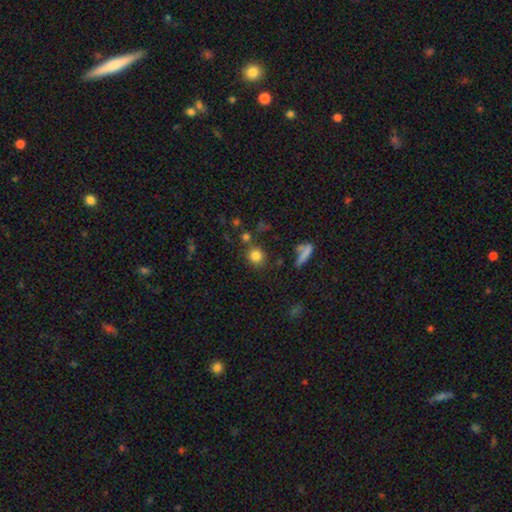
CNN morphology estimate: smooth 82%, star or artifact 12%, featured or disk 7%. Down the decision tree: how rounded — round (87%); merging — none (76%).